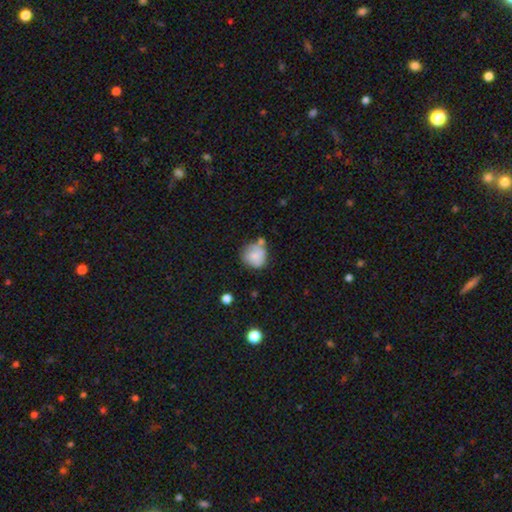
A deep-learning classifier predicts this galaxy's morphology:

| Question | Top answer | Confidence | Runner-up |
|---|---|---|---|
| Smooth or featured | smooth | 75% | featured or disk (18%) |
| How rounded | round | 86% | in between (13%) |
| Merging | none | 55% | minor disturbance (24%) |